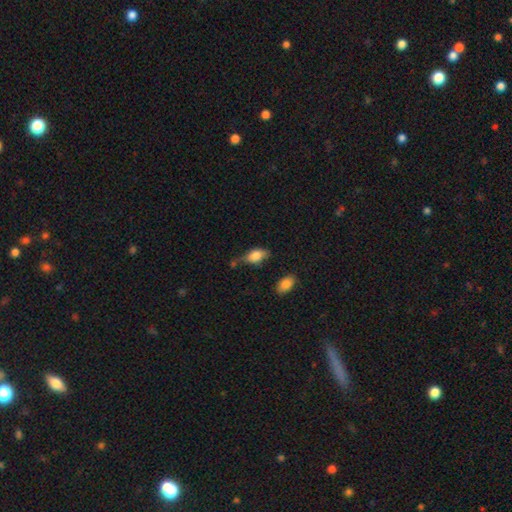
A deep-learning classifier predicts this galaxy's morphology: type=smooth (74%); roundness=in between (84%); merging=none (45%).